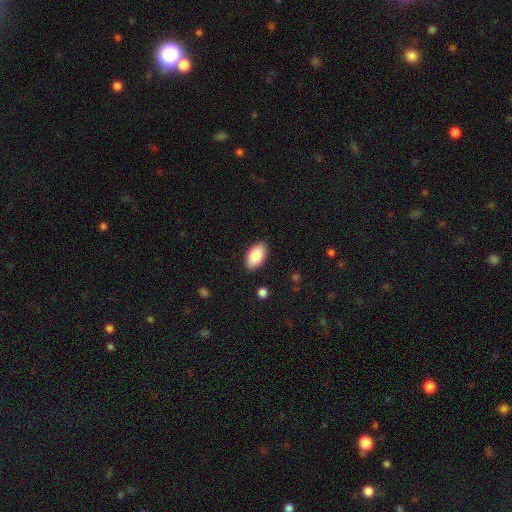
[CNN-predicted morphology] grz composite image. It shows a smooth galaxy with no disk features (85%) that is in between round and cigar-shaped (95%). Merging: none (88%).